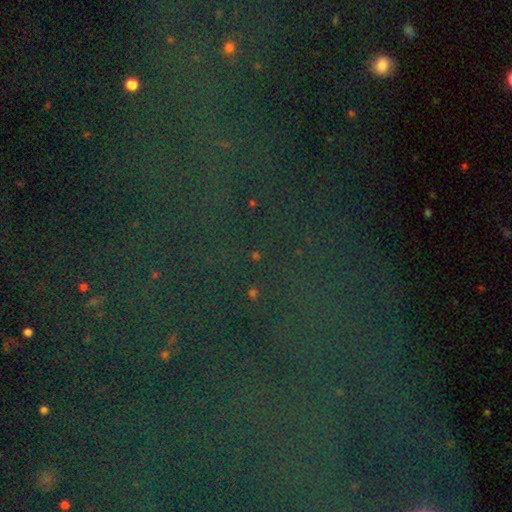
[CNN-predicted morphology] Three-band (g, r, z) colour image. It shows a star or artifact, not a galaxy (73%).